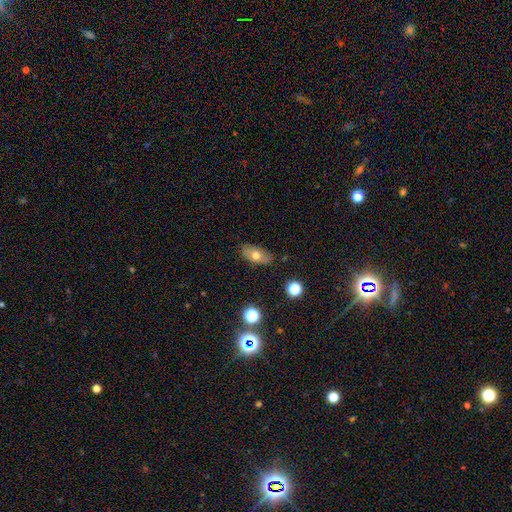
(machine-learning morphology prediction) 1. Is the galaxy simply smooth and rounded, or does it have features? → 68% smooth, 22% featured or disk, 10% star or artifact.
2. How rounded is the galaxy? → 86% in between, 8% round, 6% cigar-shaped.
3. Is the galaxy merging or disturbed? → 81% none, 14% minor disturbance, 3% major disturbance, 2% merger.